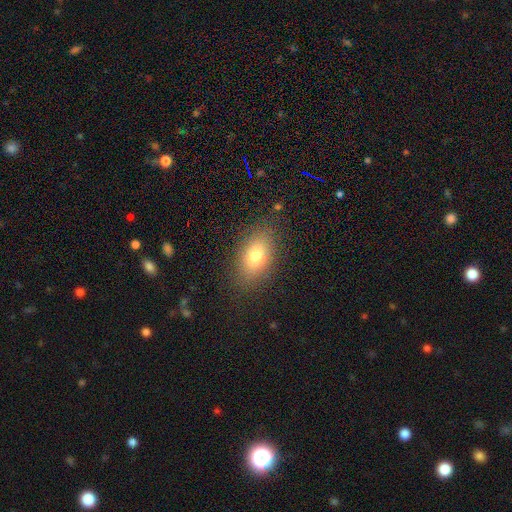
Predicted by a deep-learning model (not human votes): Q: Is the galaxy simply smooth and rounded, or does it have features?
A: smooth — 76%.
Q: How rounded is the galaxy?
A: in between — 86%.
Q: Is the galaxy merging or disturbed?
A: none — 85%.